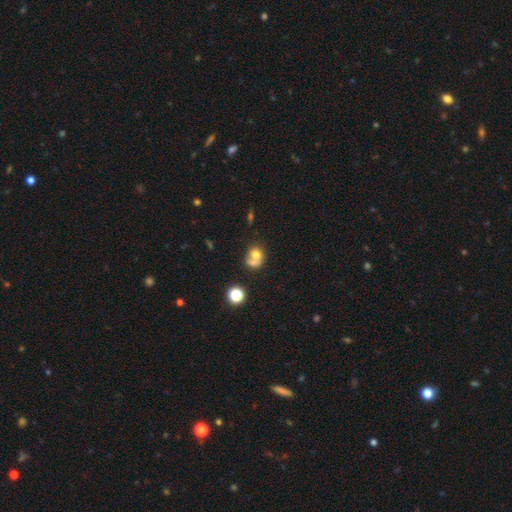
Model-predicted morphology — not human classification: smooth-or-featured: smooth: 66% | featured or disk: 21% | star or artifact: 12%
  how-rounded: round: 64% | in between: 35% | cigar-shaped: 1%
  merging: merger: 57% | none: 27% | minor disturbance: 9% | major disturbance: 6%